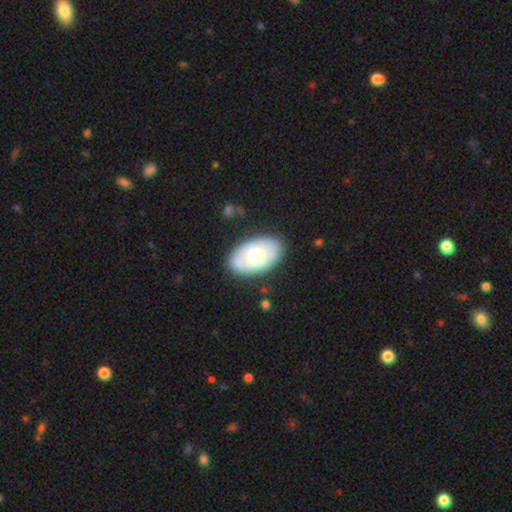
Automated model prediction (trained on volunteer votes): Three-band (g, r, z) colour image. It shows a smooth galaxy with no disk features (53%) that is in between round and cigar-shaped (90%). Merging: none (81%).